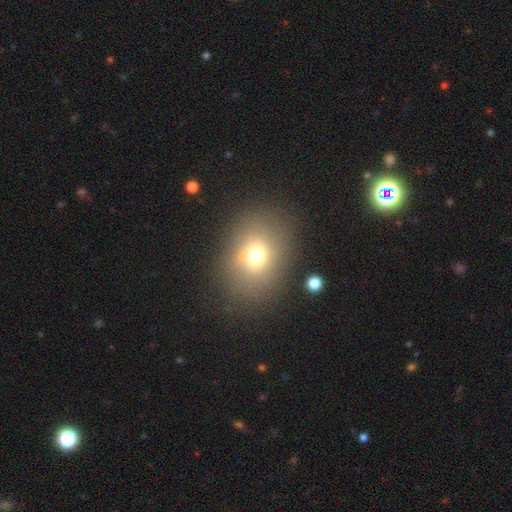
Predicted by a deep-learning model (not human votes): Morphology: type=smooth (69%); roundness=in between (57%); merging=none (78%).